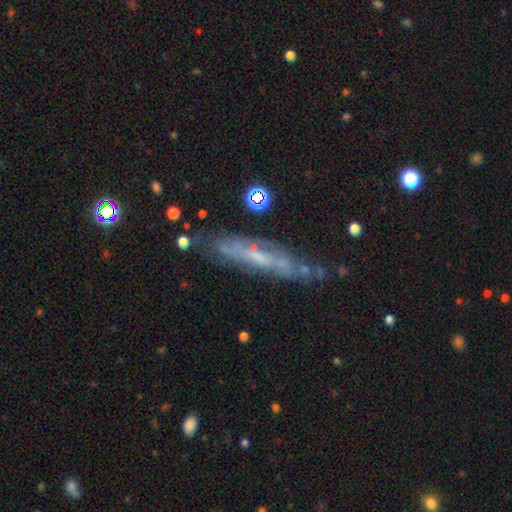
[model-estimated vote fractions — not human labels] Morphology: type=featured or disk (62%); edge-on=yes (54%); merging=none (65%).